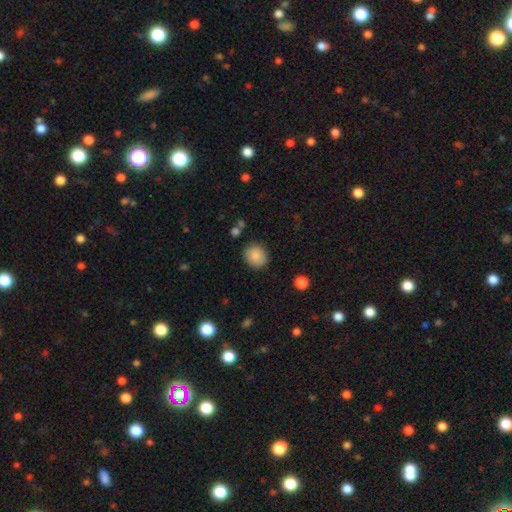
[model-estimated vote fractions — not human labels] The model was most divided on "how rounded": round: 76%, in between: 23%, cigar-shaped: 1%. More confident: smooth or featured — smooth (87%); merging — none (85%).